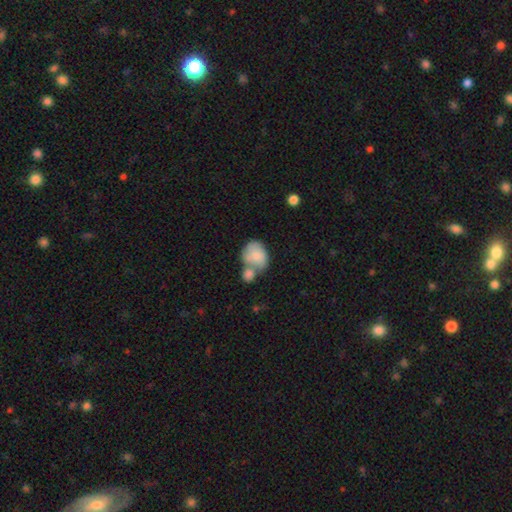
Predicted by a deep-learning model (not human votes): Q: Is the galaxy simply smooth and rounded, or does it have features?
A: smooth — 77%.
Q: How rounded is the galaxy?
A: in between — 50%.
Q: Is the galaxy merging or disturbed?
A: merger — 55%.